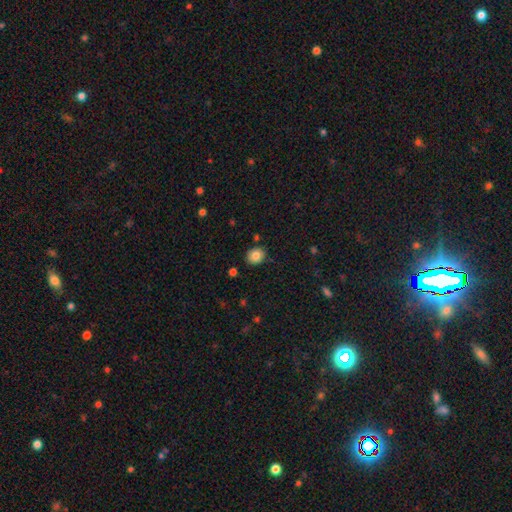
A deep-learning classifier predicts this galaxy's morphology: The model was most divided on "how rounded": round: 67%, in between: 32%, cigar-shaped: 1%. More confident: merging — none (86%); smooth or featured — smooth (84%).